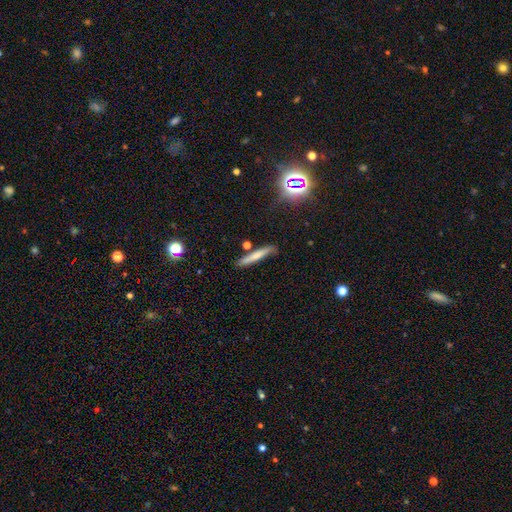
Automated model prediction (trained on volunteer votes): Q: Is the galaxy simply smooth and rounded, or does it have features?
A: smooth — 65%.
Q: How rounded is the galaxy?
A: cigar-shaped — 93%.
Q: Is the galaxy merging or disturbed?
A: none — 77%.